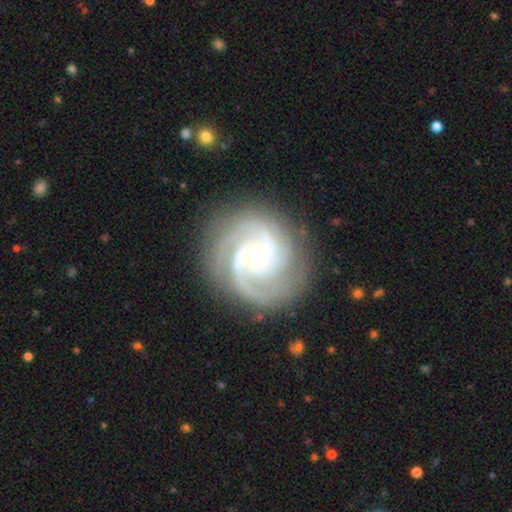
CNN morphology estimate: smooth-or-featured: featured or disk: 91% | star or artifact: 5% | smooth: 4%
  disk-edge-on: no: 98% | yes: 2%
    bar: no: 67% | weak: 26% | strong: 7%
    has-spiral-arms: yes: 98% | no: 2%
      spiral-winding: tight: 67% | medium: 29% | loose: 4%
      spiral-arm-count: 3: 47% | 2: 23% | can't tell: 10% | 4: 9% | 1: 5% | more than 4: 5%
    bulge-size: moderate: 58% | small: 37% | large: 3% | none: 1% | dominant: 1%
  merging: none: 82% | minor disturbance: 13% | major disturbance: 4% | merger: 1%